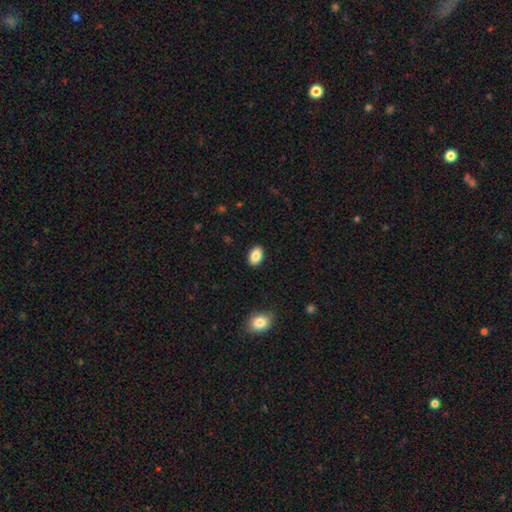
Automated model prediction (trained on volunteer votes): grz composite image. It shows a smooth galaxy with no disk features (87%) that is in between round and cigar-shaped (86%). Merging: none (90%).